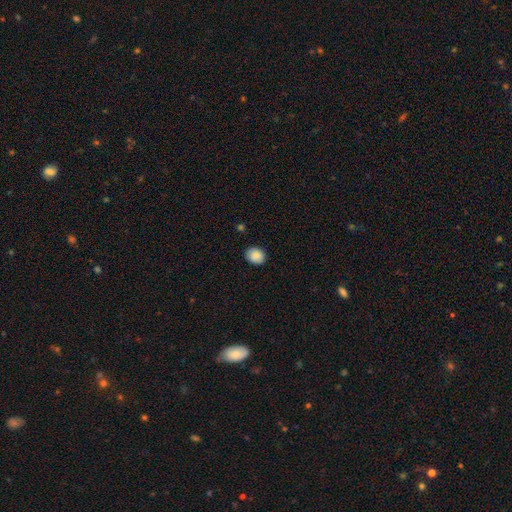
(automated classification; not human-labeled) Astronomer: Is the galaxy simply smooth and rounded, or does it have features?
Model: smooth — 89%.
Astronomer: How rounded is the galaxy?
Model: round — 56% (runner-up: in between, 43%).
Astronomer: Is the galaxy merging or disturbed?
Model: none — 87%.